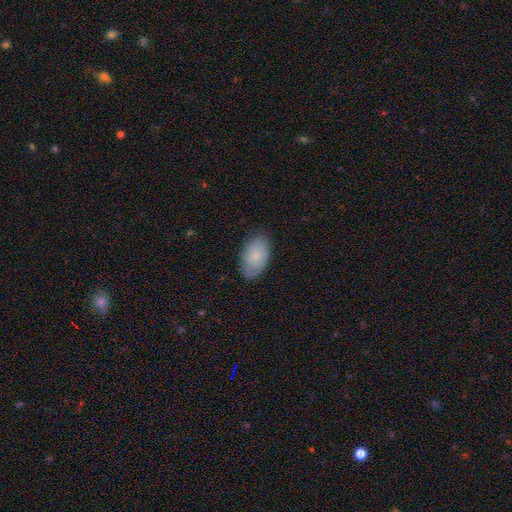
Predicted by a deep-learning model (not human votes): Smooth or featured? Predicted: smooth (p=0.80). How rounded? Predicted: in between (p=0.93). Merging? Predicted: none (p=0.79).